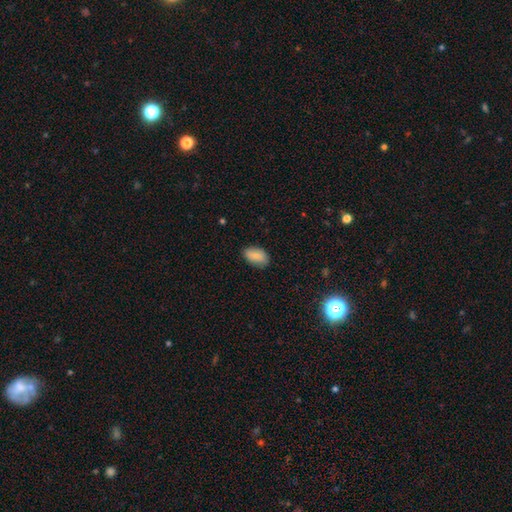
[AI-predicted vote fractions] This is clearly a smooth galaxy (86%). How rounded: clearly in between (92%). Merging: clearly none (81%).